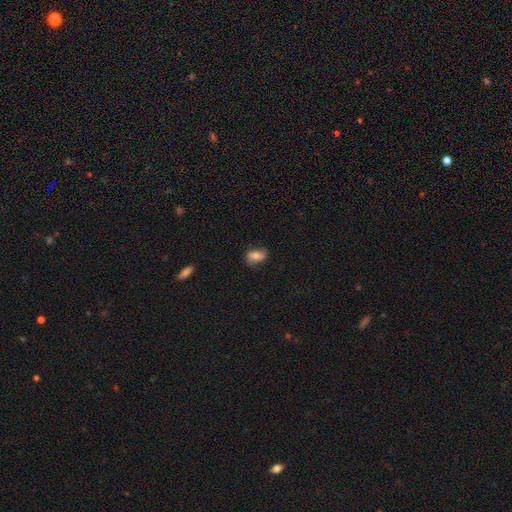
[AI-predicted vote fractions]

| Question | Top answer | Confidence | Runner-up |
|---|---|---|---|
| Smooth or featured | smooth | 65% | featured or disk (26%) |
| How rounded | in between | 86% | round (11%) |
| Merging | none | 75% | minor disturbance (19%) |